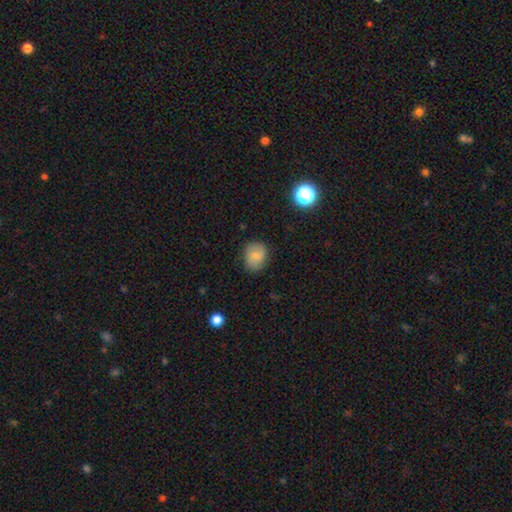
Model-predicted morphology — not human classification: Smooth or featured? Predicted: smooth (p=0.74). How rounded? Predicted: round (p=0.61). Merging? Predicted: none (p=0.80).